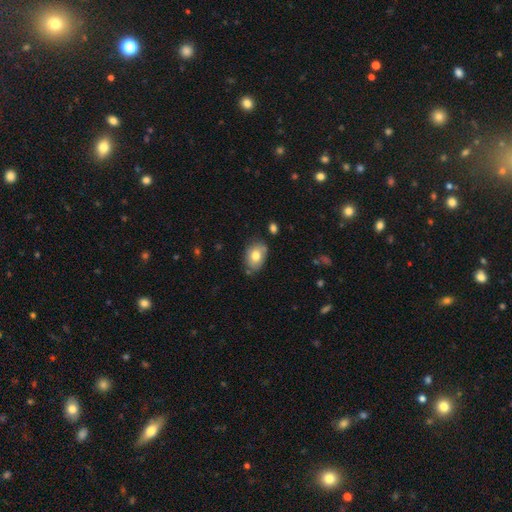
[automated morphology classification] A smooth galaxy with no disk features (76%) that is in between round and cigar-shaped (80%). Merging: none (73%).